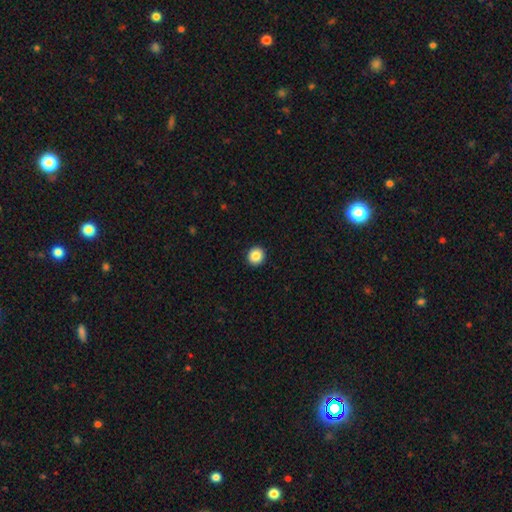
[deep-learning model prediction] This is clearly a smooth galaxy (87%). How rounded: clearly round (91%). Merging: clearly none (93%).